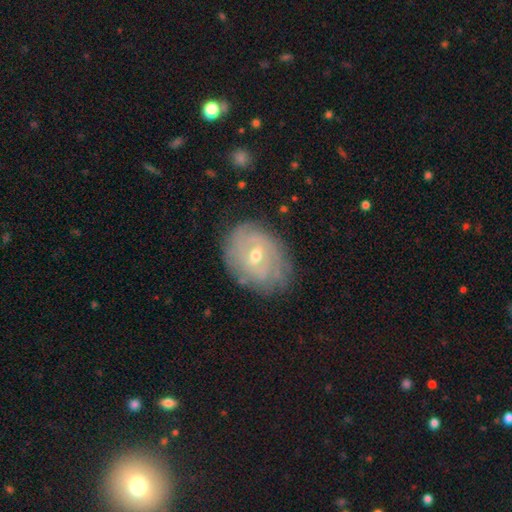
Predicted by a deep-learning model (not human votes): Overall: featured or disk (75%). Edge-on disk: no (96%). Bar: no (46%; weak 44%). Spiral arms: yes (83%). Spiral arm count: can't tell (53%; 2 19%). Spiral winding: tight (73%). Bulge size: moderate (54%; small 43%). Merging: none (76%).